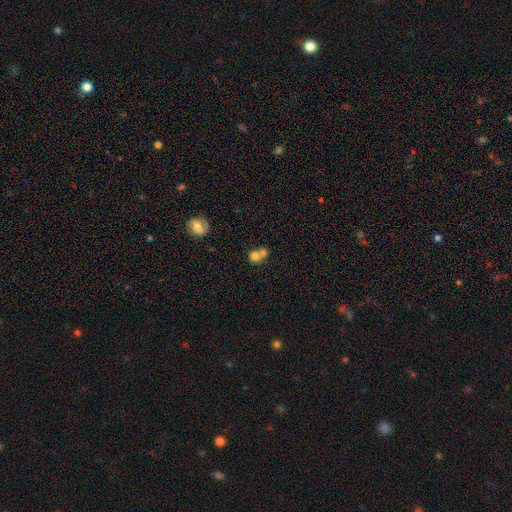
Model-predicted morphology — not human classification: smooth_or_featured: smooth (p=0.73) [alt: featured or disk p=0.16]
how_rounded: round (p=0.77) [alt: in between p=0.22]
merging: merger (p=0.58) [alt: none p=0.32]